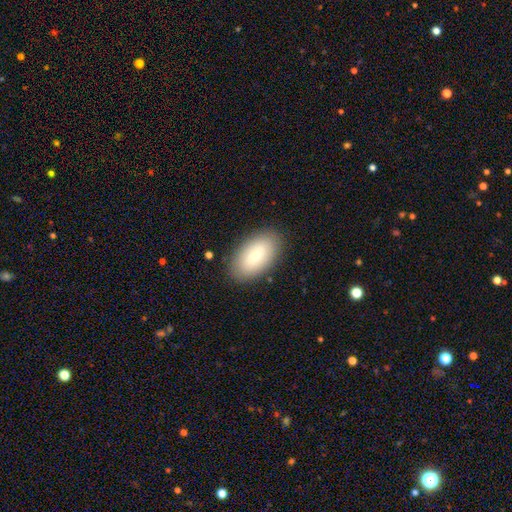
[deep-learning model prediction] smooth-or-featured: smooth: 74% | featured or disk: 19% | star or artifact: 7%
  how-rounded: in between: 94% | round: 3% | cigar-shaped: 2%
  merging: none: 86% | minor disturbance: 10% | major disturbance: 3% | merger: 1%